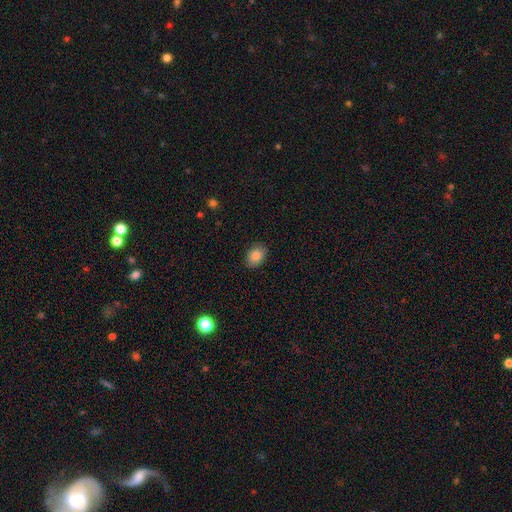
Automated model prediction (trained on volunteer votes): The model was most divided on "how rounded": in between: 74%, round: 25%, cigar-shaped: 1%. More confident: merging — none (88%); smooth or featured — smooth (84%).